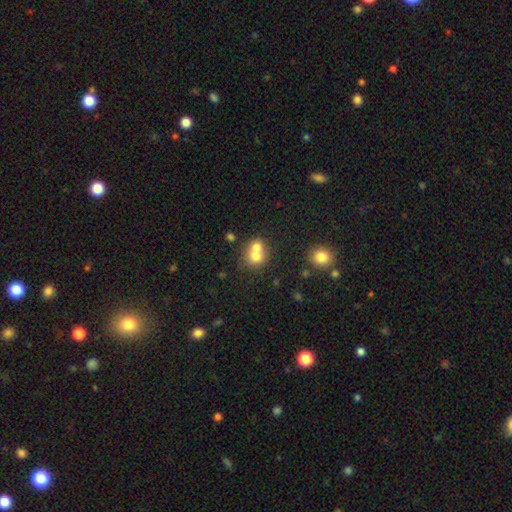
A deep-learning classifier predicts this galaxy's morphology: smooth 70%, featured or disk 20%, star or artifact 10%. Down the decision tree: how rounded — round (69%); merging — merger (64%).